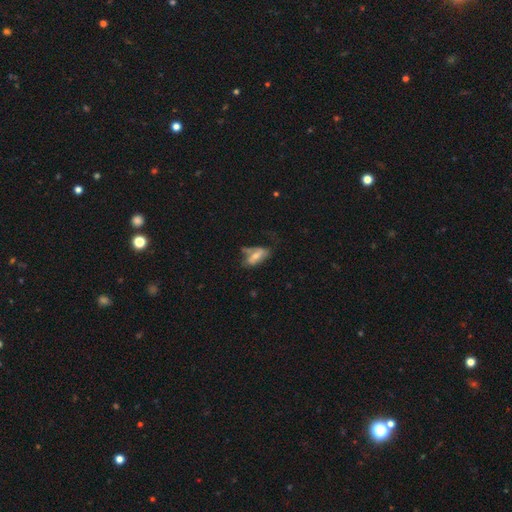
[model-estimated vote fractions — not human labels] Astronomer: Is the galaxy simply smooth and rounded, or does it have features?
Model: smooth — 53% (runner-up: featured or disk, 39%).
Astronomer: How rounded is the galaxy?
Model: in between — 84%.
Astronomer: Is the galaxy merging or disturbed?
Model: none — 38% (runner-up: minor disturbance, 29%).